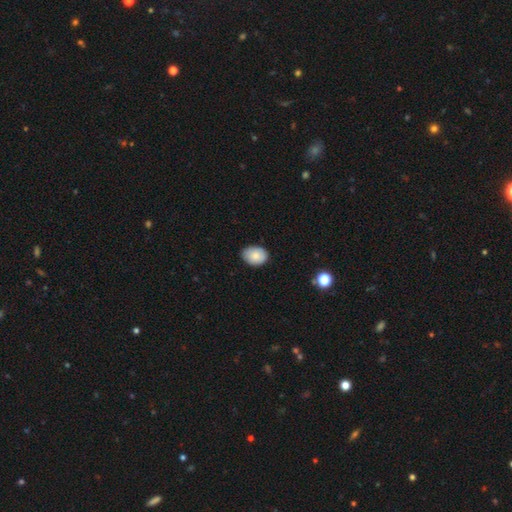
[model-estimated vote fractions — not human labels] This appears to be a smooth galaxy with no disk features (83%) that is in between round and cigar-shaped (69%). Merging: none (82%).